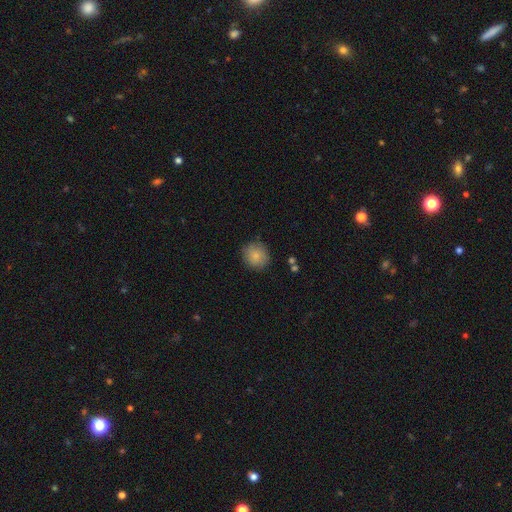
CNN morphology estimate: Overall: smooth (83%). How rounded: round (86%). Merging: none (84%).